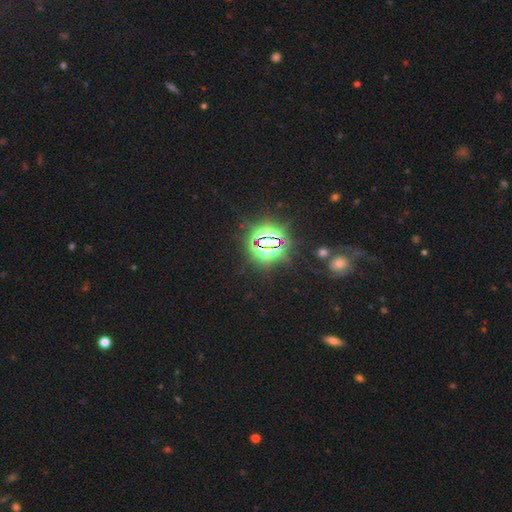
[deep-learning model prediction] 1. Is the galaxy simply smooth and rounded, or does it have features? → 84% star or artifact, 9% smooth, 7% featured or disk.